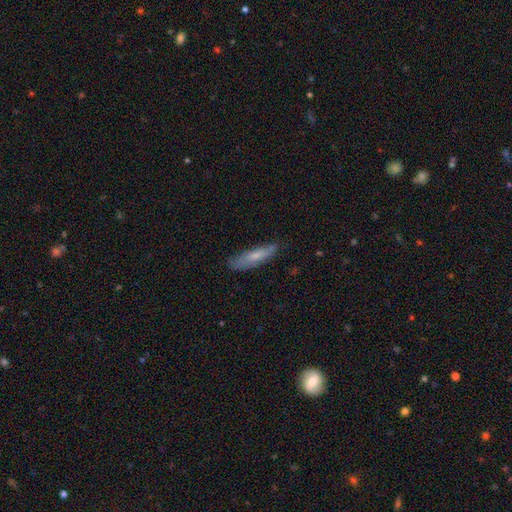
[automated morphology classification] smooth 65%, featured or disk 28%, star or artifact 7%. Down the decision tree: how rounded — cigar-shaped (72%); merging — none (69%).